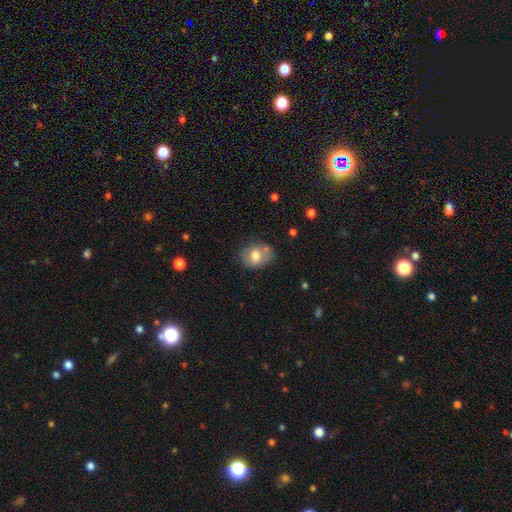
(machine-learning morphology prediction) A smooth galaxy with no disk features (71%) that is in between round and cigar-shaped (60%).

Vote fractions:
- Smooth or featured? smooth: 71% / featured or disk: 20% / star or artifact: 8%
- How rounded? in between: 60% / round: 39% / cigar-shaped: 1%
- Merging? none: 59% / minor disturbance: 22% / merger: 12% / major disturbance: 7%